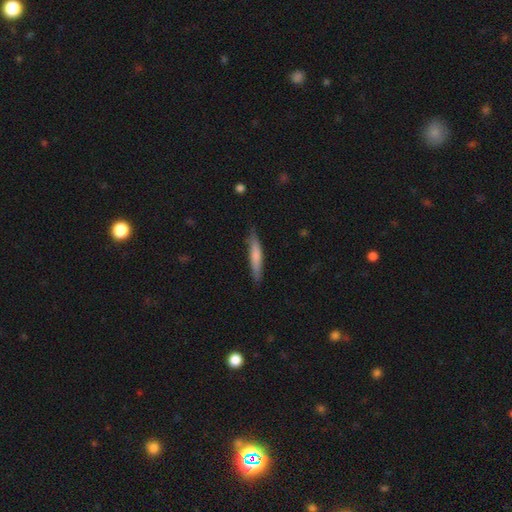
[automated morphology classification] Smooth or featured?
  - smooth: 69% *
  - featured or disk: 25%
  - star or artifact: 5%
How rounded?
  - cigar-shaped: 91% *
  - in between: 7%
  - round: 1%
Merging?
  - none: 83% *
  - minor disturbance: 13%
  - major disturbance: 2%
  - merger: 1%